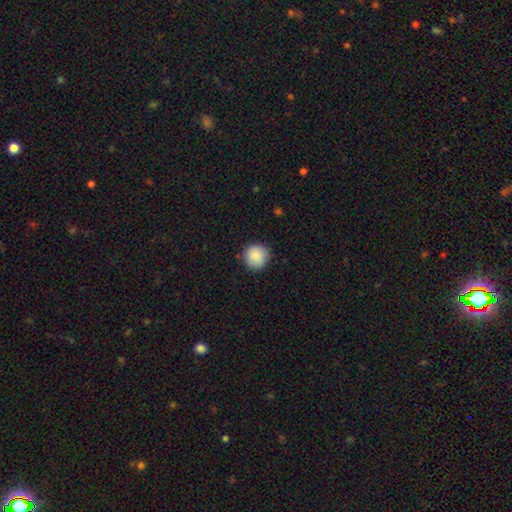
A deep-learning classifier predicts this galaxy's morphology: Smooth or featured: smooth — 88% (star or artifact — 8%)
How rounded: round — 93% (in between — 6%)
Merging: none — 87% (minor disturbance — 10%)